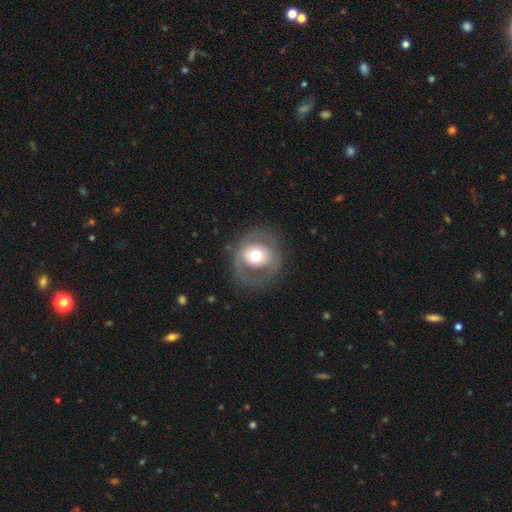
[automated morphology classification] A featured or disk galaxy (48%). Merging: none (68%).